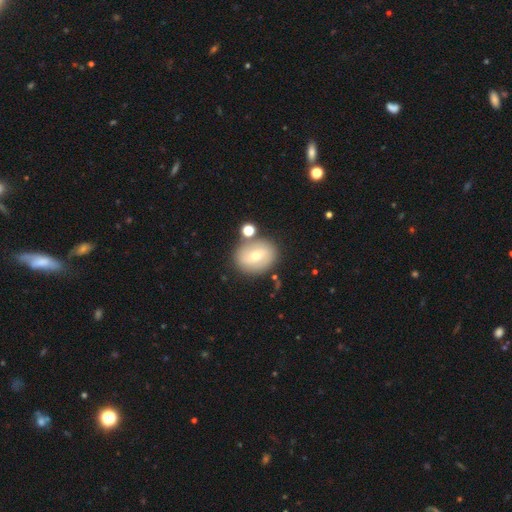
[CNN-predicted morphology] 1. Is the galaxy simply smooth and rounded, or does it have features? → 57% smooth, 33% featured or disk, 10% star or artifact.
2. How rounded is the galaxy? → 59% round, 39% in between, 1% cigar-shaped.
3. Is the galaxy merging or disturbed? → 74% none, 12% minor disturbance, 10% merger, 4% major disturbance.